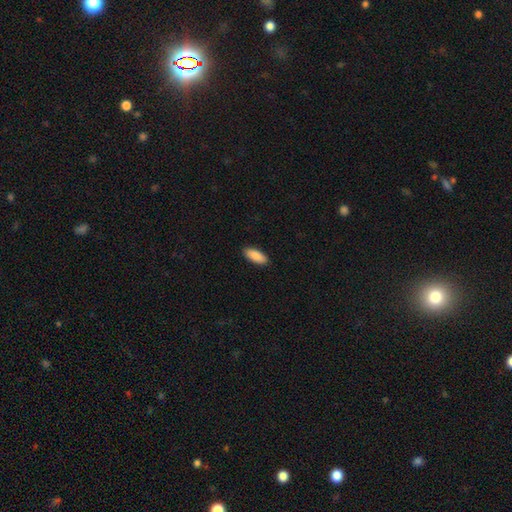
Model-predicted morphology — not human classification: Smooth or featured? Predicted: smooth (p=0.90). How rounded? Predicted: in between (p=0.85). Merging? Predicted: none (p=0.90).